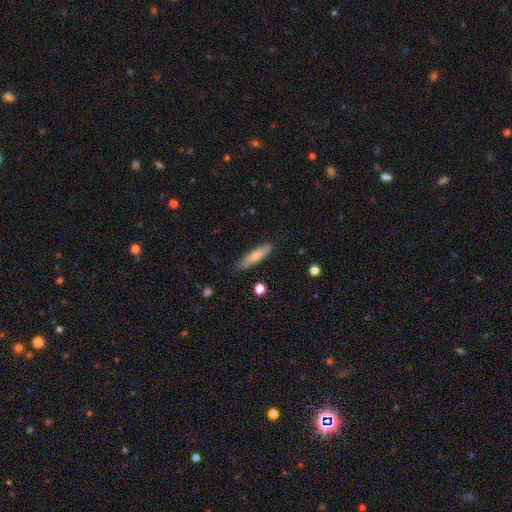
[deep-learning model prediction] A smooth galaxy with no disk features (71%) that is cigar-shaped (76%).

Vote fractions:
- Smooth or featured? smooth: 71% / featured or disk: 23% / star or artifact: 6%
- How rounded? cigar-shaped: 76% / in between: 23% / round: 2%
- Merging? none: 82% / minor disturbance: 14% / major disturbance: 2% / merger: 2%